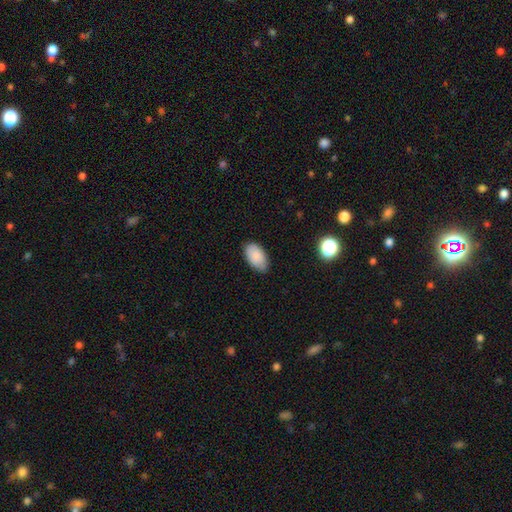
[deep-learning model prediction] Smooth or featured? smooth (87%)
How rounded? in between (95%)
Merging? none (82%)